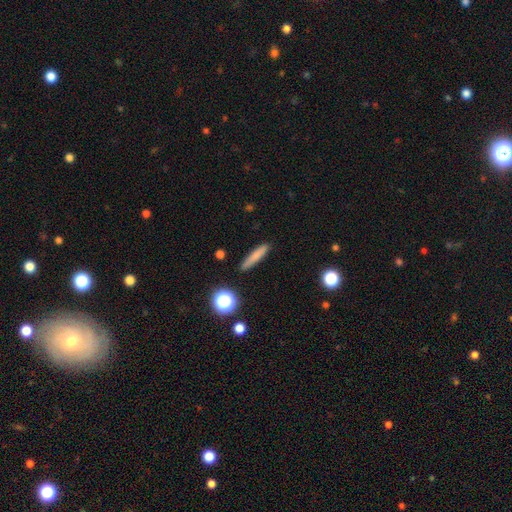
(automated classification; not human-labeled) Smooth or featured: smooth — 77% (featured or disk — 14%)
How rounded: cigar-shaped — 88% (in between — 9%)
Merging: none — 88% (minor disturbance — 8%)